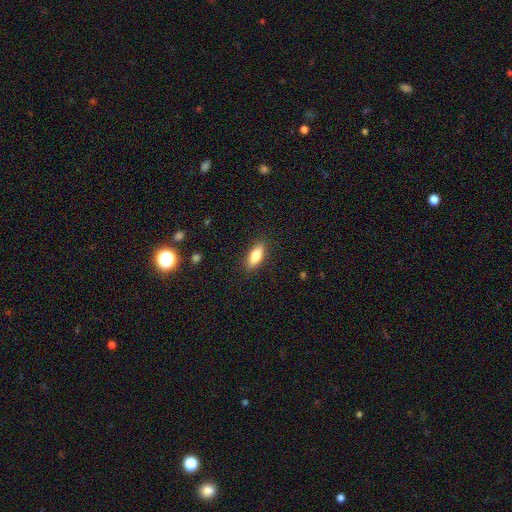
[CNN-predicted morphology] The model was most divided on "how rounded": in between: 74%, cigar-shaped: 23%, round: 3%. More confident: merging — none (88%); smooth or featured — smooth (77%).